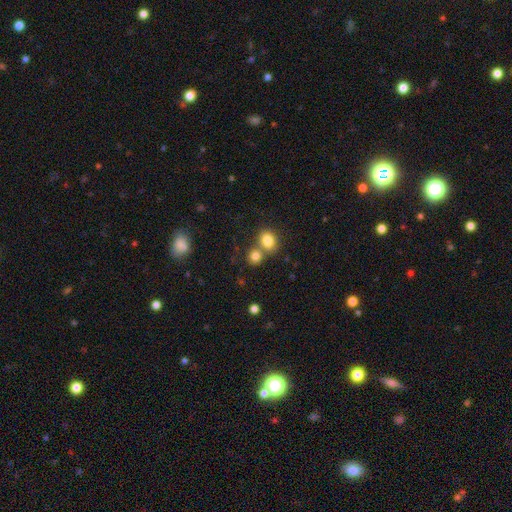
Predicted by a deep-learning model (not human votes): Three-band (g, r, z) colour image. It shows a smooth galaxy with no disk features (81%) that is round (72%). Merging: none (49%).